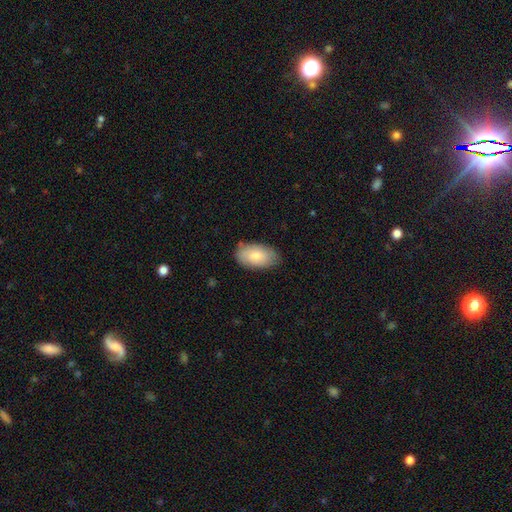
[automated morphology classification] Smooth or featured? Predicted: smooth (p=0.81). How rounded? Predicted: in between (p=0.95). Merging? Predicted: none (p=0.78).